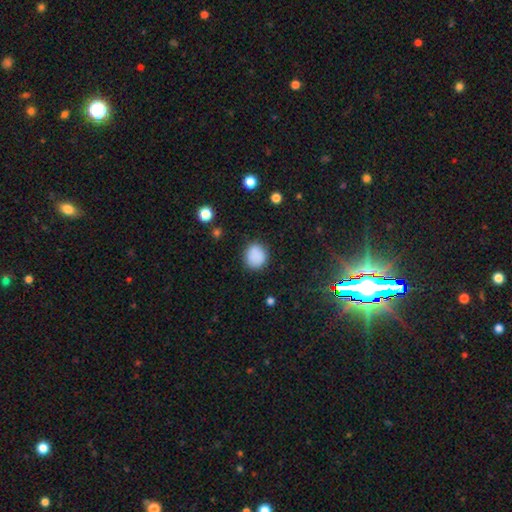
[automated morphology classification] Q: Smooth or featured?
A: smooth (87%); runner-up: star or artifact (9%)
Q: How rounded?
A: round (83%); runner-up: in between (16%)
Q: Merging?
A: none (84%); runner-up: minor disturbance (11%)